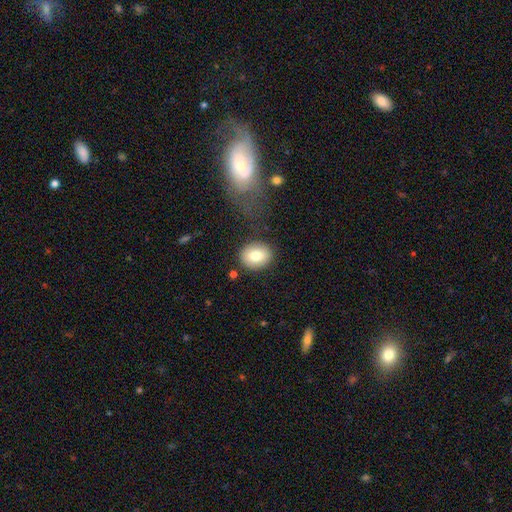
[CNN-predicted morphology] smooth_or_featured: smooth (p=0.78) [alt: featured or disk p=0.14]
how_rounded: round (p=0.61) [alt: in between p=0.38]
merging: none (p=0.85) [alt: minor disturbance p=0.09]